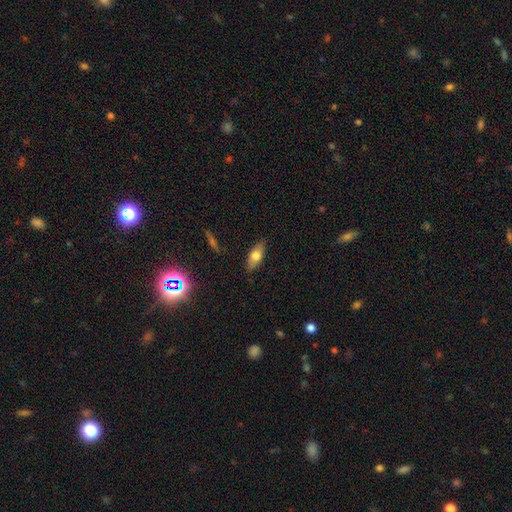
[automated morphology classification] smooth_or_featured: smooth (p=0.68) [alt: featured or disk p=0.25]
how_rounded: in between (p=0.78) [alt: cigar-shaped p=0.18]
merging: none (p=0.86) [alt: minor disturbance p=0.11]